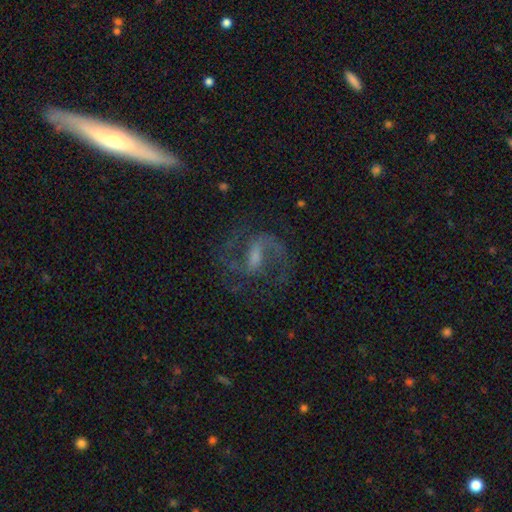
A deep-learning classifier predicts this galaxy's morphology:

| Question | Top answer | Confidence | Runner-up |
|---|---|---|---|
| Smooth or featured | featured or disk | 86% | star or artifact (7%) |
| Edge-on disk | no | 97% | yes (3%) |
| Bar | weak | 46% | strong (40%) |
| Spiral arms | yes | 96% | no (4%) |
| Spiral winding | medium | 60% | loose (27%) |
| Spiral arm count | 2 | 92% | can't tell (3%) |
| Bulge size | small | 35% | moderate (33%) |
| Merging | none | 73% | minor disturbance (13%) |